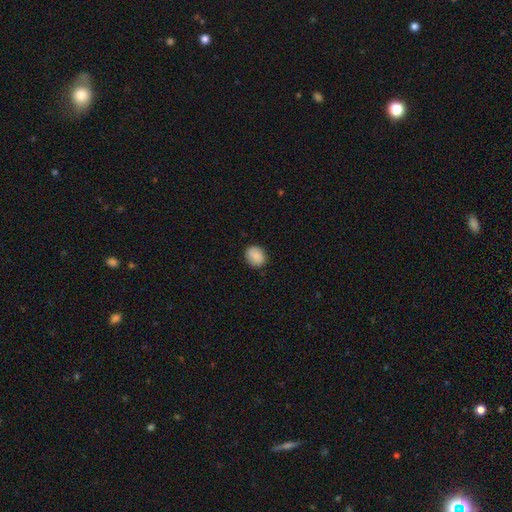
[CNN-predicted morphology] Smooth or featured? smooth (86%)
How rounded? round (65%)
Merging? none (87%)